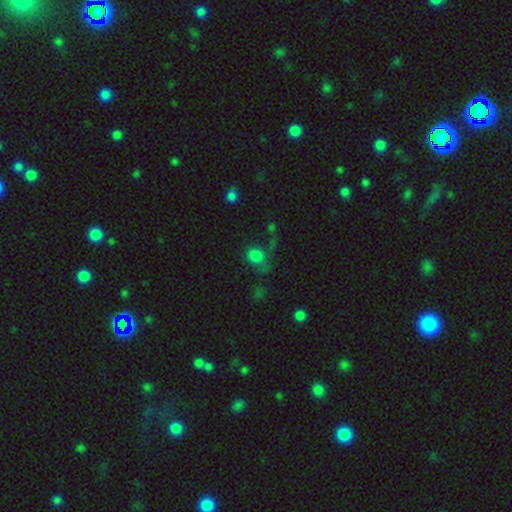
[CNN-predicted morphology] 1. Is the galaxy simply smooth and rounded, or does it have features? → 74% smooth, 16% star or artifact, 10% featured or disk.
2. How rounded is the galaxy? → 74% round, 24% in between, 2% cigar-shaped.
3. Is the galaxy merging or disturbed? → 40% none, 29% major disturbance, 18% minor disturbance, 13% merger.